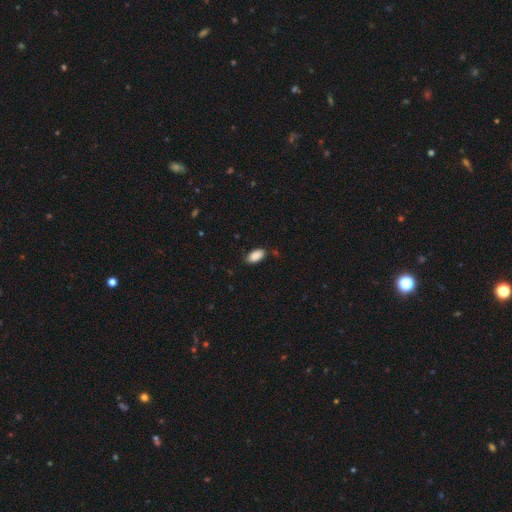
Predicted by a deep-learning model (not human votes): smooth_or_featured: smooth (p=0.90) [alt: star or artifact p=0.07]
how_rounded: in between (p=0.93) [alt: cigar-shaped p=0.04]
merging: none (p=0.82) [alt: minor disturbance p=0.14]